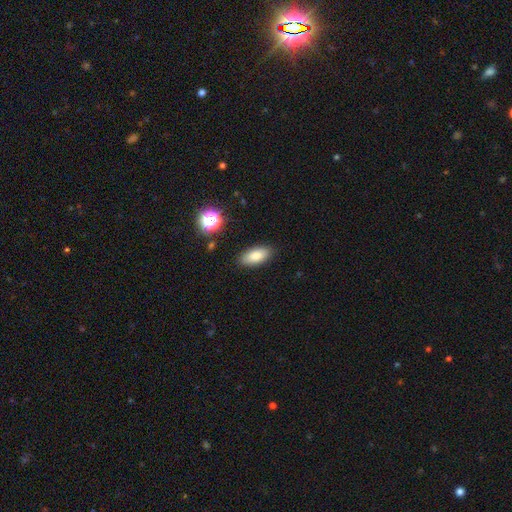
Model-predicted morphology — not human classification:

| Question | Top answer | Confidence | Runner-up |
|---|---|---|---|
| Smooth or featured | smooth | 82% | featured or disk (9%) |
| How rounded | in between | 87% | cigar-shaped (10%) |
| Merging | none | 87% | minor disturbance (9%) |